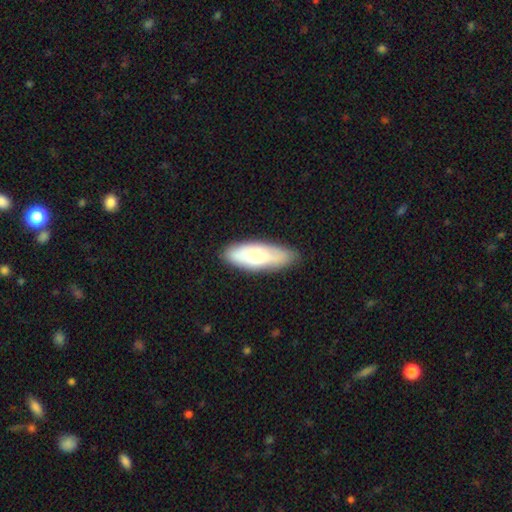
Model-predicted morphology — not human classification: smooth_or_featured: smooth (p=0.64) [alt: featured or disk p=0.30]
how_rounded: in between (p=0.68) [alt: cigar-shaped p=0.30]
merging: none (p=0.80) [alt: minor disturbance p=0.16]